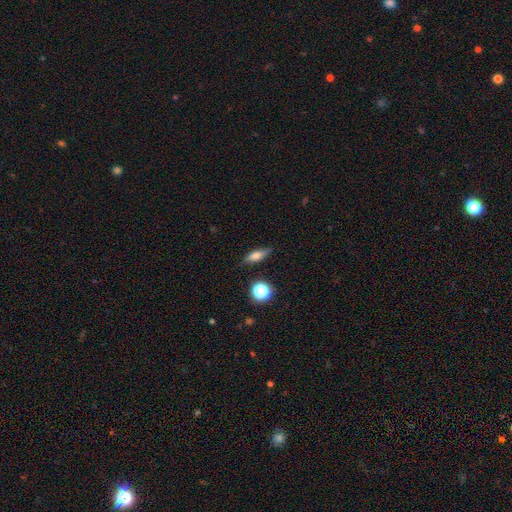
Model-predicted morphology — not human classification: A smooth galaxy with no disk features (67%) that is in between round and cigar-shaped (52%). Merging: none (78%).